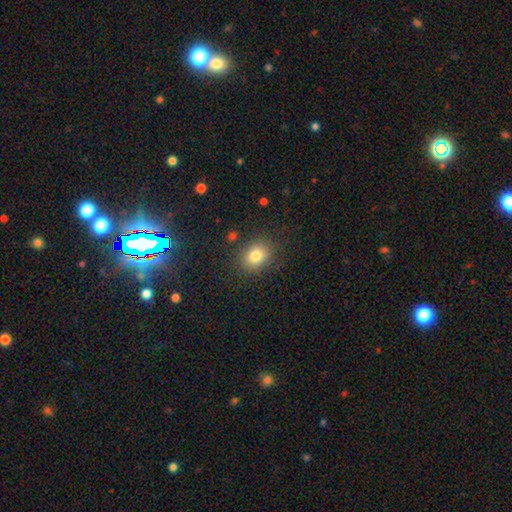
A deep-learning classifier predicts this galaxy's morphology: This is clearly a smooth galaxy (81%). How rounded: possibly round (52%). Merging: clearly none (84%).